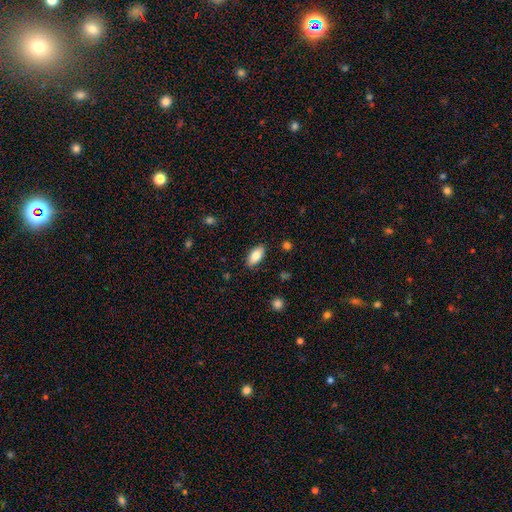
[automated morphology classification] Smooth or featured: smooth — 80% (featured or disk — 13%)
How rounded: in between — 90% (cigar-shaped — 7%)
Merging: none — 88% (minor disturbance — 9%)